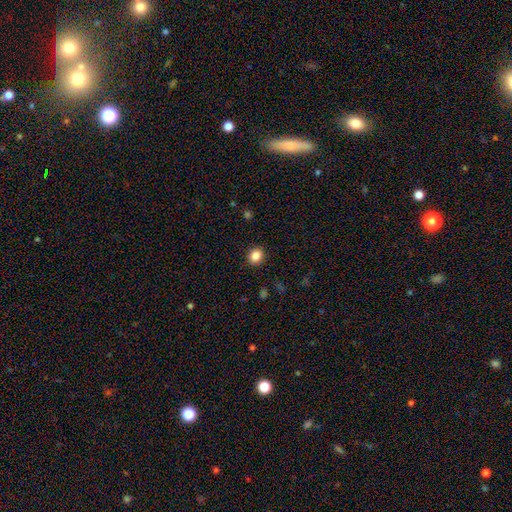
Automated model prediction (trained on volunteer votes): This is clearly a smooth galaxy (85%). How rounded: likely round (76%). Merging: clearly none (91%).